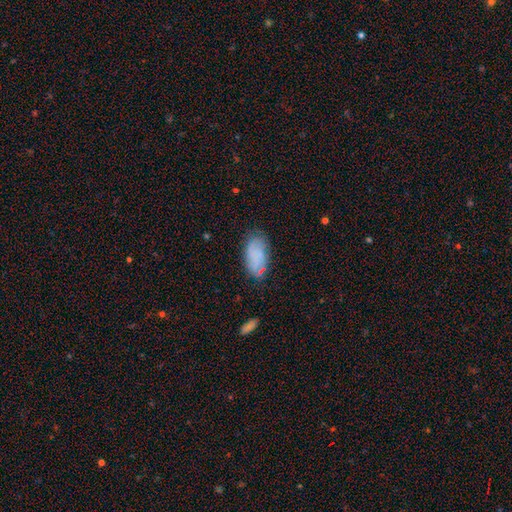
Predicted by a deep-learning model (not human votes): Overall: smooth (66%). How rounded: in between (92%). Merging: none (67%).